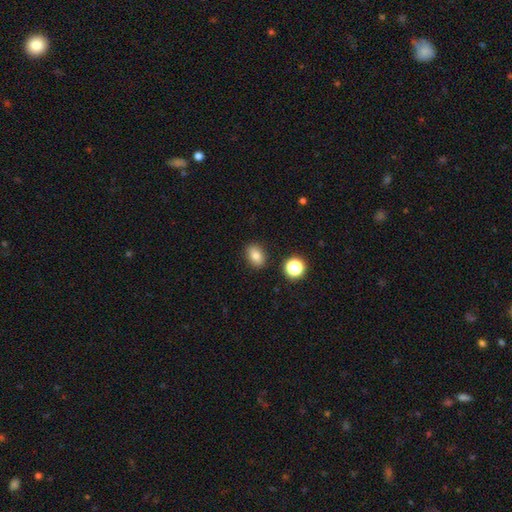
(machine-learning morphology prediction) Smooth or featured? smooth (80%)
How rounded? in between (74%)
Merging? none (86%)